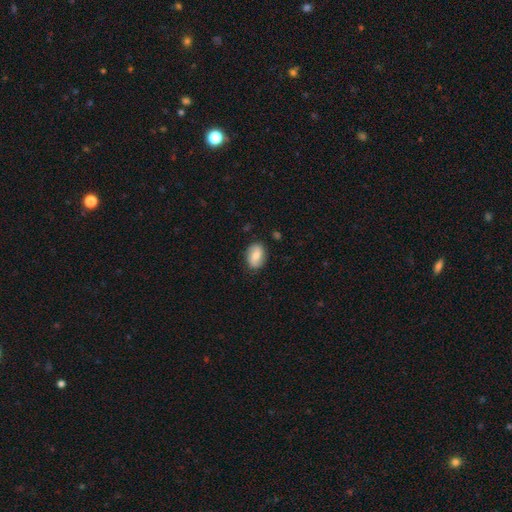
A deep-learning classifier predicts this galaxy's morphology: type=smooth (60%); roundness=in between (72%); merging=none (83%).